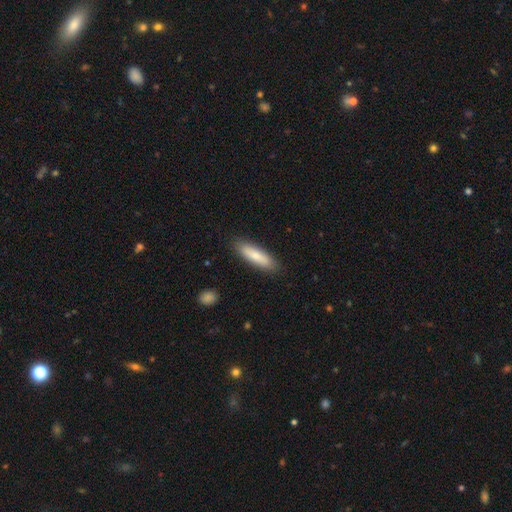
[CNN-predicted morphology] Smooth or featured? smooth (77%)
How rounded? cigar-shaped (65%)
Merging? none (88%)